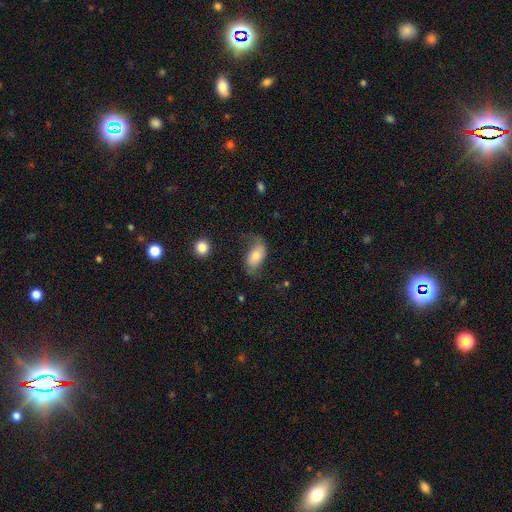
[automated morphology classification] Overall: smooth (56%; featured or disk 36%). How rounded: in between (91%). Merging: none (53%; minor disturbance 27%).